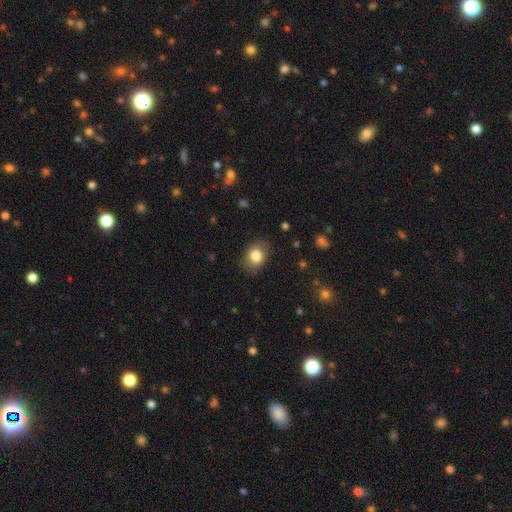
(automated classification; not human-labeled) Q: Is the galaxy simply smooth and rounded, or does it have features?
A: smooth — 83%.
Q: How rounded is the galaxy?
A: in between — 62%.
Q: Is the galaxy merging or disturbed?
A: none — 83%.